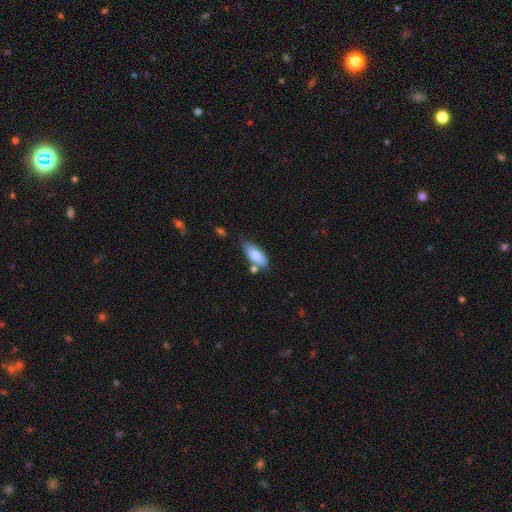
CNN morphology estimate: Smooth or featured: smooth — 82% (featured or disk — 12%)
How rounded: in between — 80% (cigar-shaped — 18%)
Merging: none — 65% (minor disturbance — 20%)